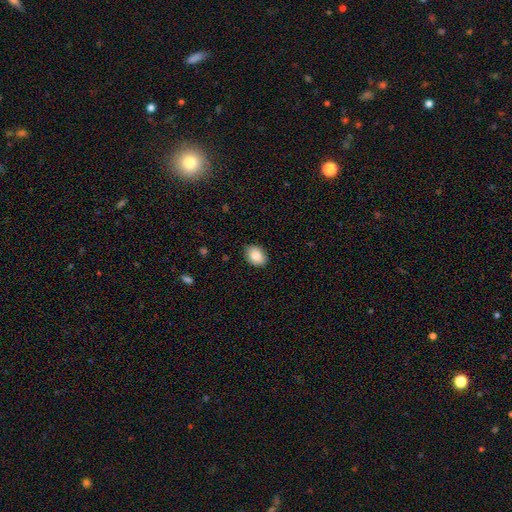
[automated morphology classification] Smooth or featured? smooth (83%)
How rounded? in between (71%)
Merging? none (88%)